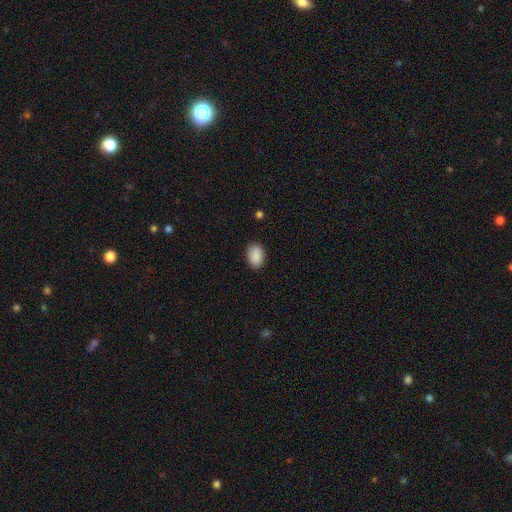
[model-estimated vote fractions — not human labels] smooth_or_featured: smooth (p=0.90) [alt: star or artifact p=0.07]
how_rounded: in between (p=0.87) [alt: round p=0.12]
merging: none (p=0.87) [alt: minor disturbance p=0.09]